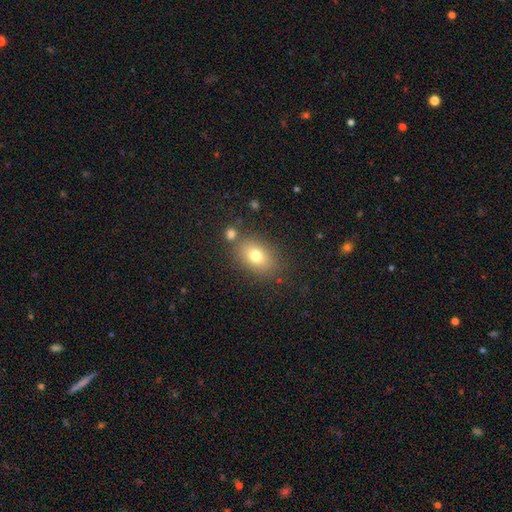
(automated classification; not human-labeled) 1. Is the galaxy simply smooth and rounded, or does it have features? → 76% smooth, 13% featured or disk, 11% star or artifact.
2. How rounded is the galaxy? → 77% in between, 21% round, 1% cigar-shaped.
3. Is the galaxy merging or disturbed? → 75% none, 12% minor disturbance, 9% merger, 4% major disturbance.